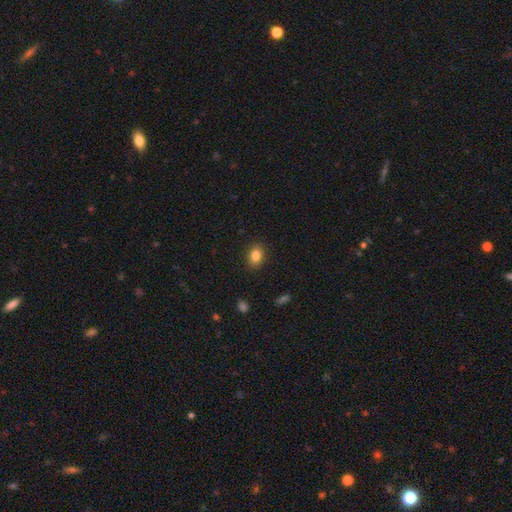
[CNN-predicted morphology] smooth_or_featured: smooth (p=0.83) [alt: star or artifact p=0.10]
how_rounded: in between (p=0.69) [alt: round p=0.30]
merging: none (p=0.88) [alt: minor disturbance p=0.09]